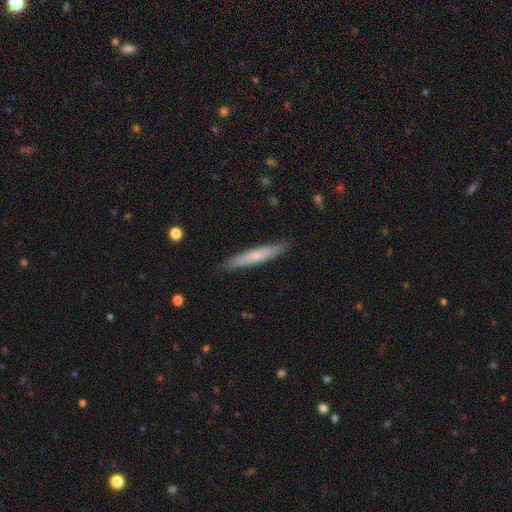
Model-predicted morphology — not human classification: Q: Smooth or featured?
A: smooth (64%); runner-up: featured or disk (31%)
Q: How rounded?
A: cigar-shaped (94%); runner-up: in between (5%)
Q: Merging?
A: none (90%); runner-up: minor disturbance (7%)